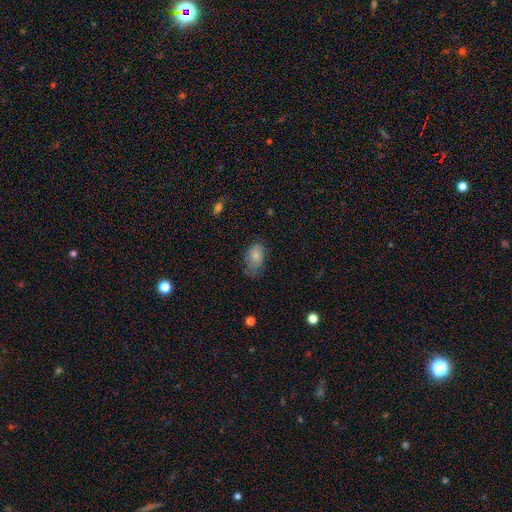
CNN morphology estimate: Smooth or featured: smooth — 80% (featured or disk — 11%)
How rounded: in between — 90% (round — 9%)
Merging: none — 55% (minor disturbance — 32%)